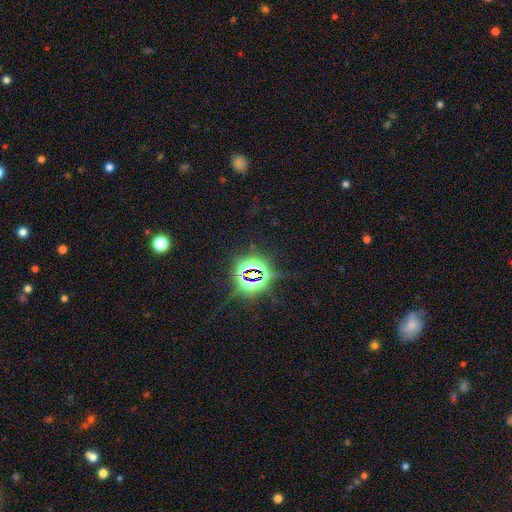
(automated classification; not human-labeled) Overall: star or artifact (80%).